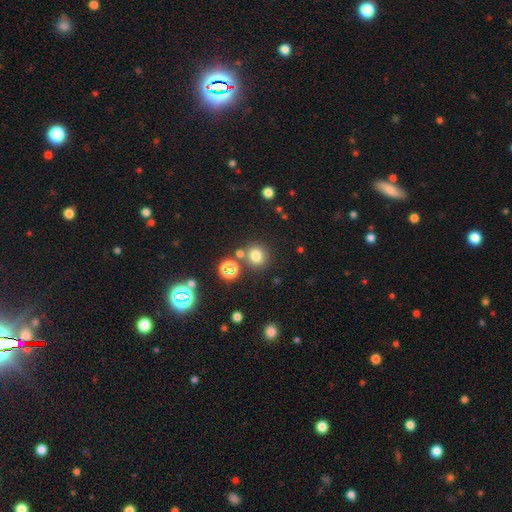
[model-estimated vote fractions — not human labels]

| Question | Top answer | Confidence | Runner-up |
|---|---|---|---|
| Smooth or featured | smooth | 74% | star or artifact (19%) |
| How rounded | round | 86% | in between (13%) |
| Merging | none | 75% | merger (12%) |